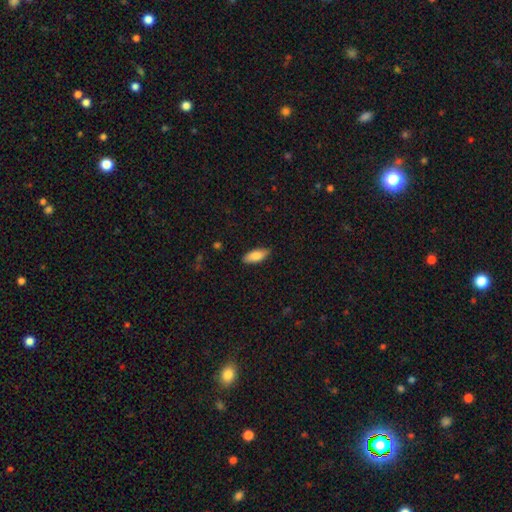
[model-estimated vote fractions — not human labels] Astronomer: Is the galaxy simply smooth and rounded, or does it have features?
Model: smooth — 82%.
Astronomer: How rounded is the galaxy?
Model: in between — 80%.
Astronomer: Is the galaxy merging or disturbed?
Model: none — 85%.